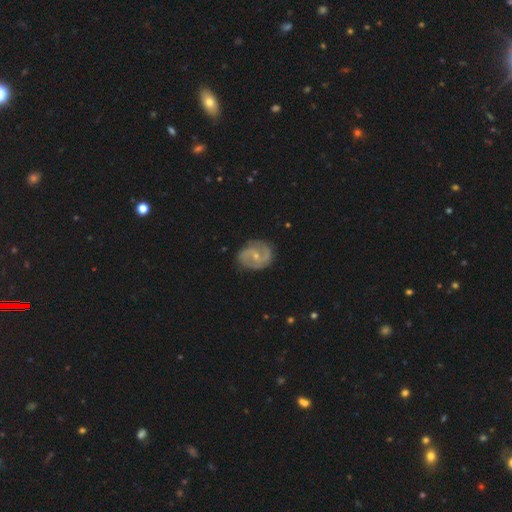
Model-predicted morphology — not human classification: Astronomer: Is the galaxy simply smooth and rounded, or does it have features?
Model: featured or disk — 83%.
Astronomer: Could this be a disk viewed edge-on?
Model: no — 98%.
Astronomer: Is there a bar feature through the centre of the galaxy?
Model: no — 45% (runner-up: weak, 43%).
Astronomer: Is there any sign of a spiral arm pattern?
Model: yes — 94%.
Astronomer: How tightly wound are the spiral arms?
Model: medium — 50% (runner-up: tight, 34%).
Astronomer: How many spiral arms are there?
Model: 2 — 85%.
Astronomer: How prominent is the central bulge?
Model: small — 64%.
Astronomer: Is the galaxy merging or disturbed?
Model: none — 81%.